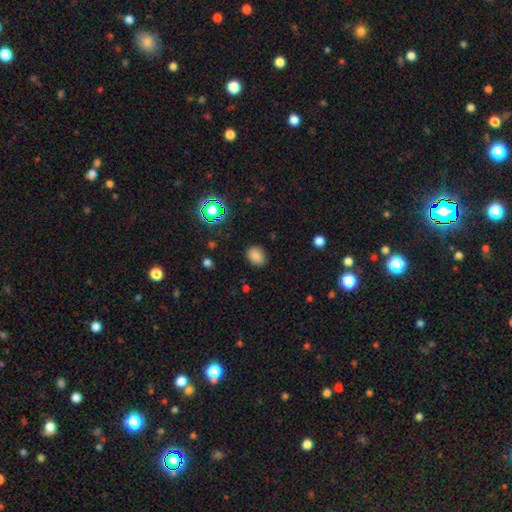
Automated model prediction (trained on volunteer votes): A smooth galaxy with no disk features (81%) that is in between round and cigar-shaped (57%).

Vote fractions:
- Smooth or featured? smooth: 81% / star or artifact: 14% / featured or disk: 5%
- How rounded? in between: 57% / round: 42% / cigar-shaped: 1%
- Merging? none: 85% / minor disturbance: 11% / major disturbance: 3% / merger: 1%